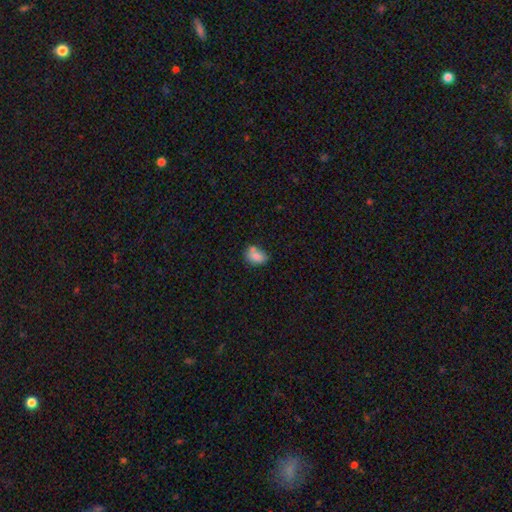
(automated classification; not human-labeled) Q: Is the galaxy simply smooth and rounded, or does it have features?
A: smooth — 78%.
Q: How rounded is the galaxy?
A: in between — 72%.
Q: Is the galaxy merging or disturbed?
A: none — 49%.